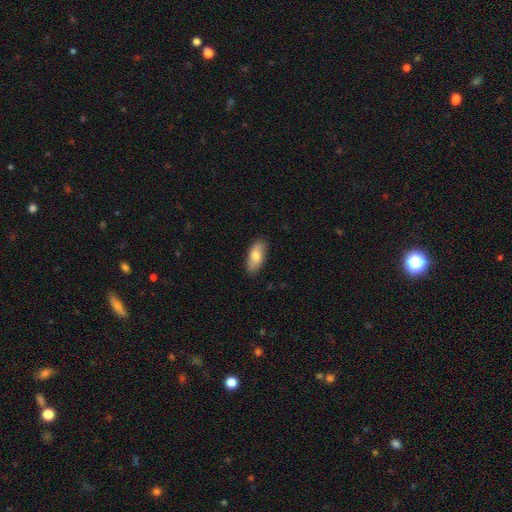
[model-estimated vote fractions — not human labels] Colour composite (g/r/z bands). It shows a smooth galaxy with no disk features (76%) that is in between round and cigar-shaped (87%). Merging: none (85%).